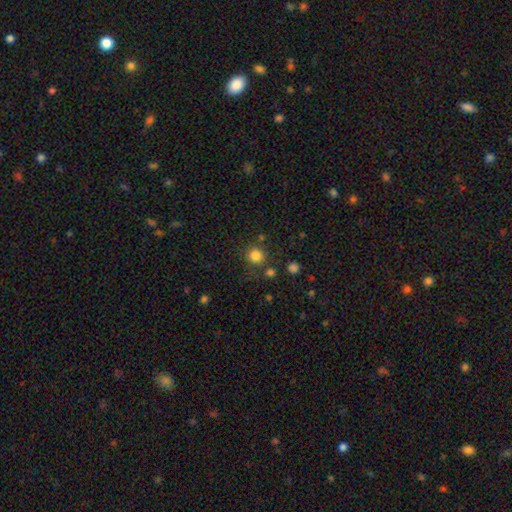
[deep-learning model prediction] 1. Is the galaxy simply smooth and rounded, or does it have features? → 83% smooth, 13% star or artifact, 5% featured or disk.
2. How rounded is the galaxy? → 92% round, 7% in between, 1% cigar-shaped.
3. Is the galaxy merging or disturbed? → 79% none, 9% minor disturbance, 7% merger, 4% major disturbance.